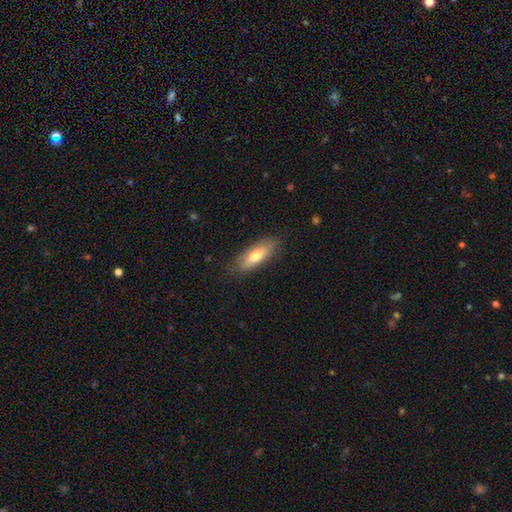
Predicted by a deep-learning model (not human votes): Overall: smooth (68%). How rounded: in between (56%; cigar-shaped 42%). Merging: none (83%).